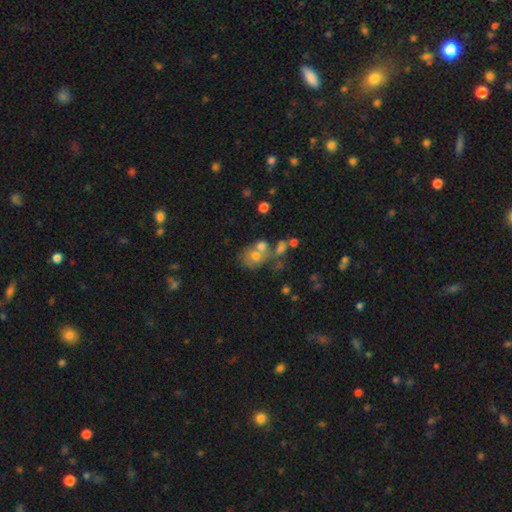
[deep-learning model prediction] smooth-or-featured: smooth: 57% | featured or disk: 26% | star or artifact: 17%
  how-rounded: round: 57% | in between: 41% | cigar-shaped: 1%
  merging: merger: 48% | none: 32% | minor disturbance: 11% | major disturbance: 9%